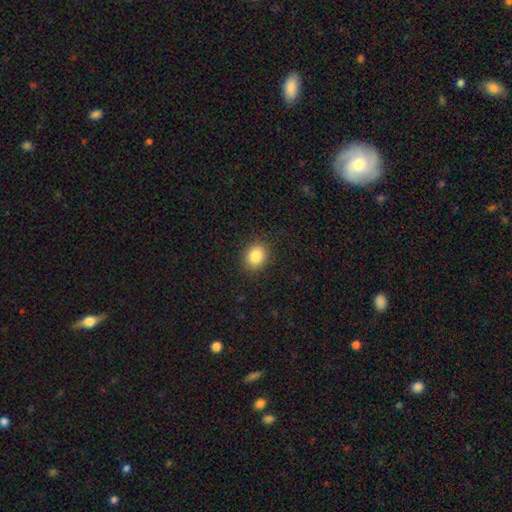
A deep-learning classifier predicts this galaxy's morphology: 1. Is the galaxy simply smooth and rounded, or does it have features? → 85% smooth, 10% star or artifact, 5% featured or disk.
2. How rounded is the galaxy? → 53% round, 46% in between, 1% cigar-shaped.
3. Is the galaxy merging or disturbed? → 89% none, 8% minor disturbance, 2% major disturbance, 1% merger.